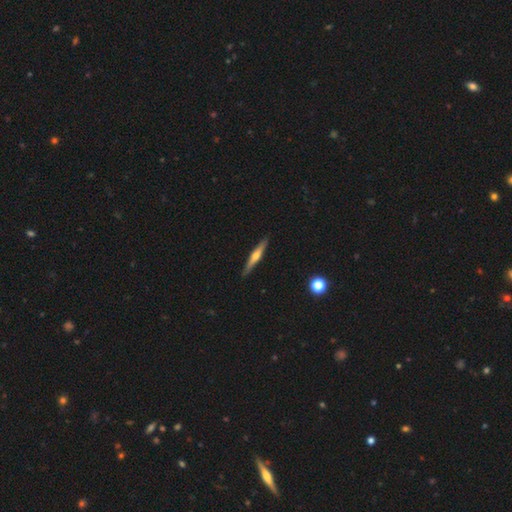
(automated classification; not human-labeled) Smooth or featured? Predicted: featured or disk (p=0.62). Edge-on disk? Predicted: yes (p=0.97). Edge-on bulge? Predicted: rounded (p=0.87). Merging? Predicted: none (p=0.91).